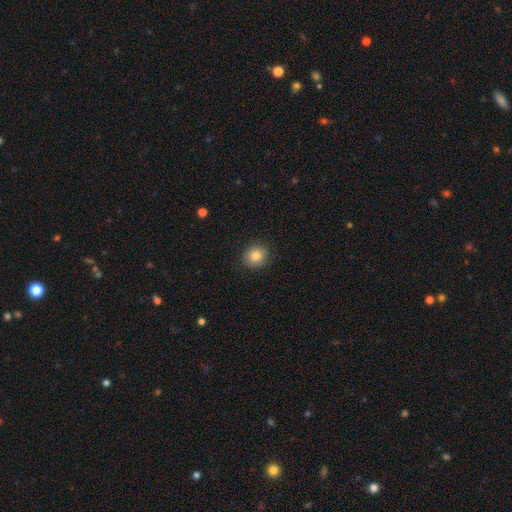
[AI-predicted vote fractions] A smooth galaxy with no disk features (82%) that is round (82%).

Vote fractions:
- Smooth or featured? smooth: 82% / star or artifact: 10% / featured or disk: 8%
- How rounded? round: 82% / in between: 18% / cigar-shaped: 1%
- Merging? none: 87% / minor disturbance: 10% / major disturbance: 3% / merger: 1%